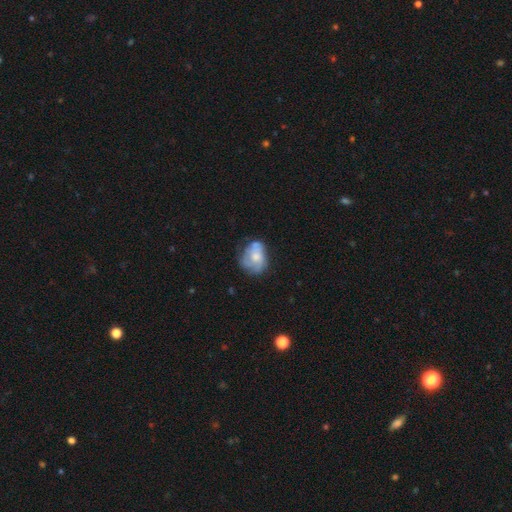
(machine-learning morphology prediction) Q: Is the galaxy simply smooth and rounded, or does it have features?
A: featured or disk — 48%.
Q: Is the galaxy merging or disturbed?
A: none — 47%.